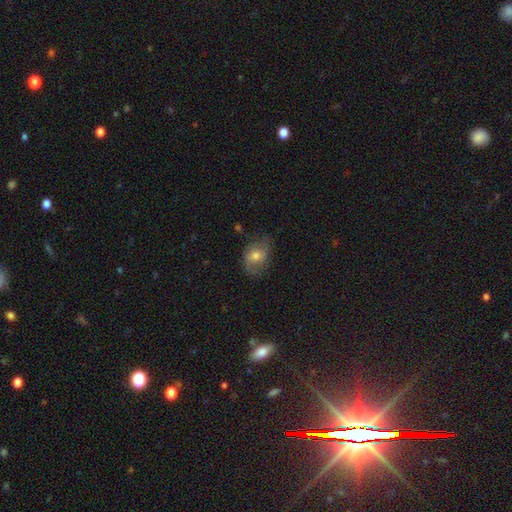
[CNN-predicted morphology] smooth_or_featured: smooth (p=0.46) [alt: featured or disk p=0.45]
merging: none (p=0.64) [alt: minor disturbance p=0.24]